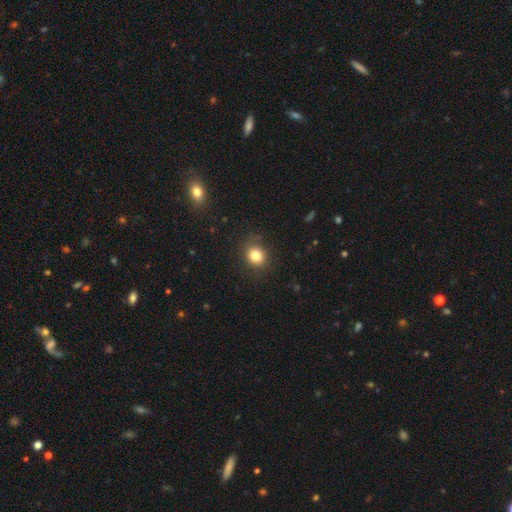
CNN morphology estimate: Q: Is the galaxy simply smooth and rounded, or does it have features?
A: smooth — 82%.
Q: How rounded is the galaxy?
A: round — 70%.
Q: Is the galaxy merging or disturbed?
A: none — 84%.